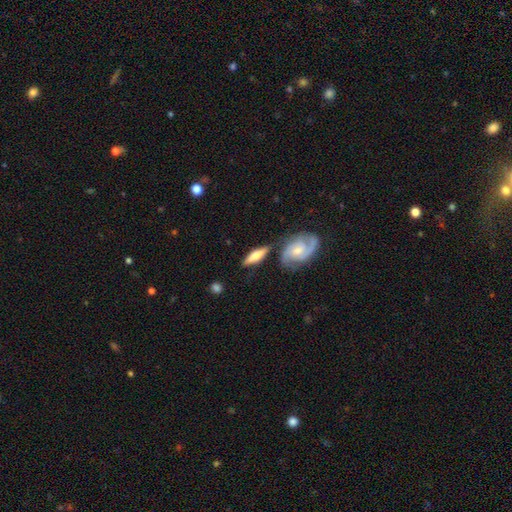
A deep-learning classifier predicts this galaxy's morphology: featured or disk 50%, smooth 44%, star or artifact 6%. Down the decision tree: edge-on disk — yes (63%); merging — none (68%).